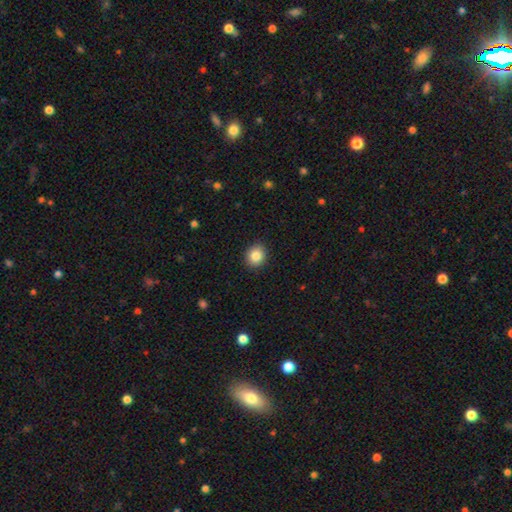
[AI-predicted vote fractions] Smooth or featured? smooth (85%)
How rounded? round (71%)
Merging? none (90%)